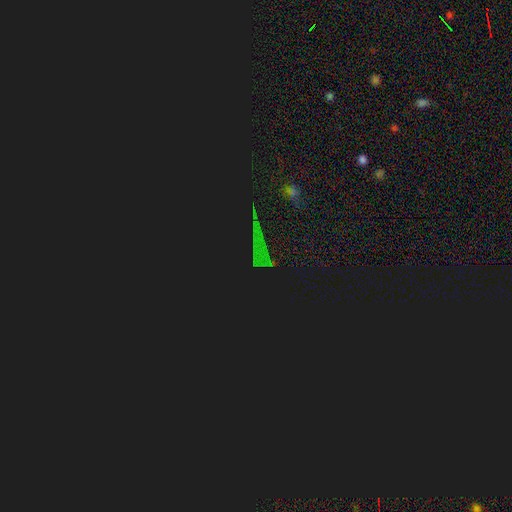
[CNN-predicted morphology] Smooth or featured? Predicted: star or artifact (p=0.82).